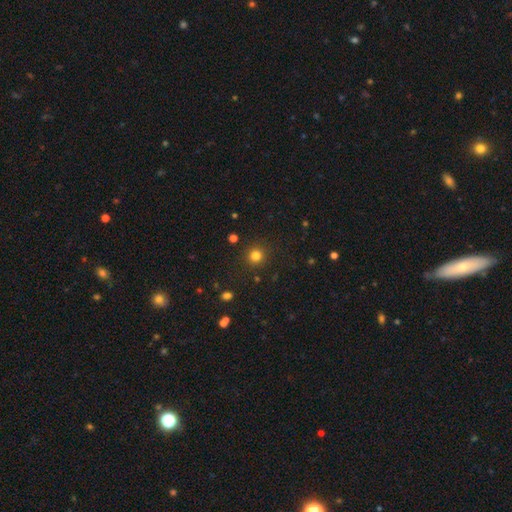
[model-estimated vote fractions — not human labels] This appears to be a smooth galaxy with no disk features (81%) that is round (93%). Merging: none (90%).